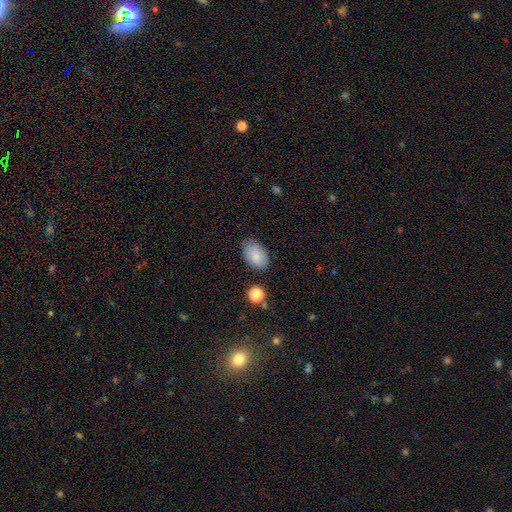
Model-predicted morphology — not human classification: Smooth or featured? smooth (86%)
How rounded? in between (91%)
Merging? none (80%)